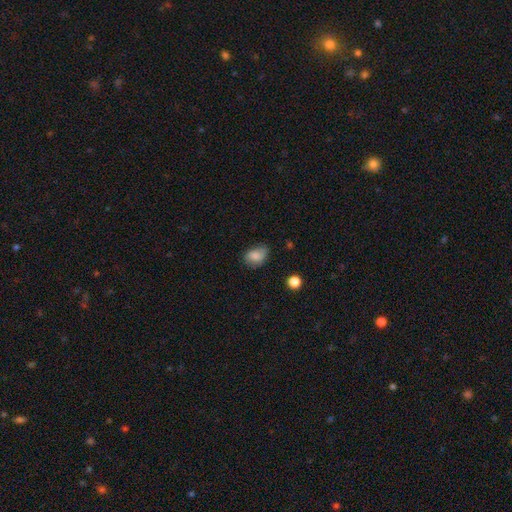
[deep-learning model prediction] Smooth or featured?
  - smooth: 79% *
  - featured or disk: 12%
  - star or artifact: 9%
How rounded?
  - in between: 75% *
  - round: 23%
  - cigar-shaped: 1%
Merging?
  - none: 61% *
  - minor disturbance: 30%
  - major disturbance: 7%
  - merger: 2%